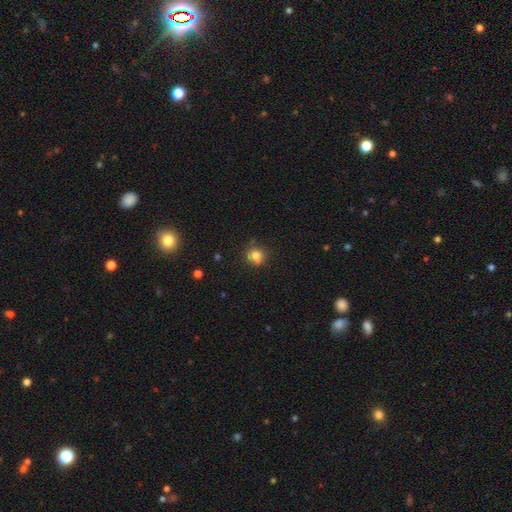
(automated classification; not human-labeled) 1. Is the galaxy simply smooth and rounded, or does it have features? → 76% smooth, 13% star or artifact, 11% featured or disk.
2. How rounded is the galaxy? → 82% round, 17% in between, 1% cigar-shaped.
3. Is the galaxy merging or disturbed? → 66% none, 18% minor disturbance, 11% merger, 5% major disturbance.